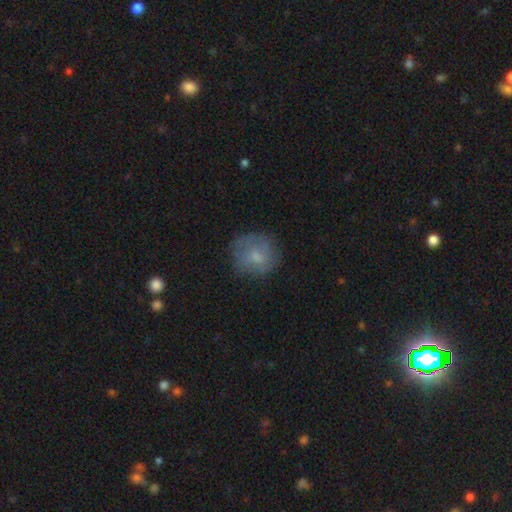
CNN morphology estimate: Q: Smooth or featured?
A: smooth (65%); runner-up: featured or disk (26%)
Q: How rounded?
A: round (85%); runner-up: in between (14%)
Q: Merging?
A: none (70%); runner-up: minor disturbance (20%)